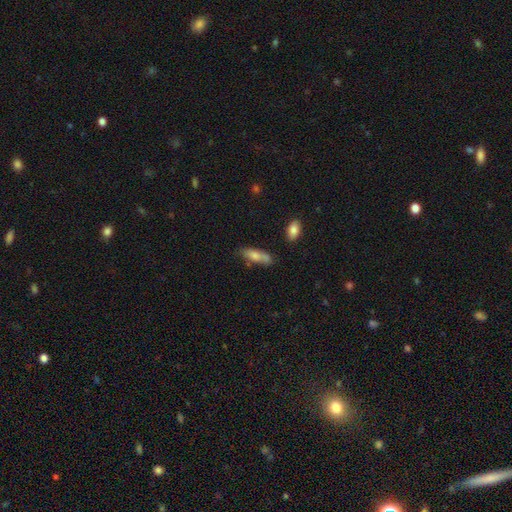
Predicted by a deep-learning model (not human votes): smooth-or-featured: smooth: 74% | featured or disk: 19% | star or artifact: 7%
  how-rounded: in between: 57% | cigar-shaped: 41% | round: 3%
  merging: none: 58% | minor disturbance: 23% | merger: 13% | major disturbance: 6%